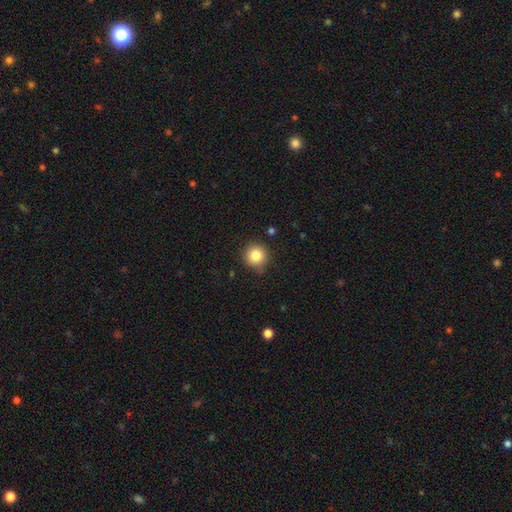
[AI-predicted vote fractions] This is clearly a smooth galaxy (84%). How rounded: clearly round (95%). Merging: clearly none (86%).